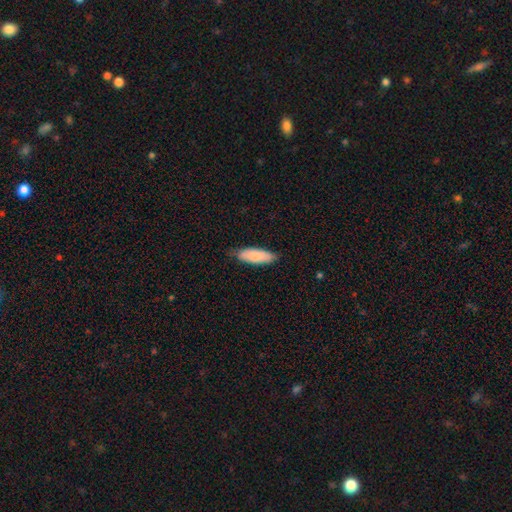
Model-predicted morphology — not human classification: Overall: smooth (85%). How rounded: in between (63%; cigar-shaped 35%). Merging: none (76%).